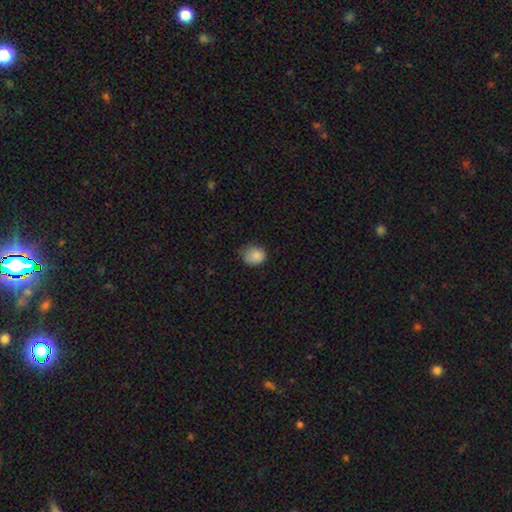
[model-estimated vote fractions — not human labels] Smooth or featured?
  - smooth: 85% *
  - star or artifact: 9%
  - featured or disk: 6%
How rounded?
  - round: 65% *
  - in between: 35%
  - cigar-shaped: 1%
Merging?
  - none: 60% *
  - minor disturbance: 32%
  - major disturbance: 7%
  - merger: 1%